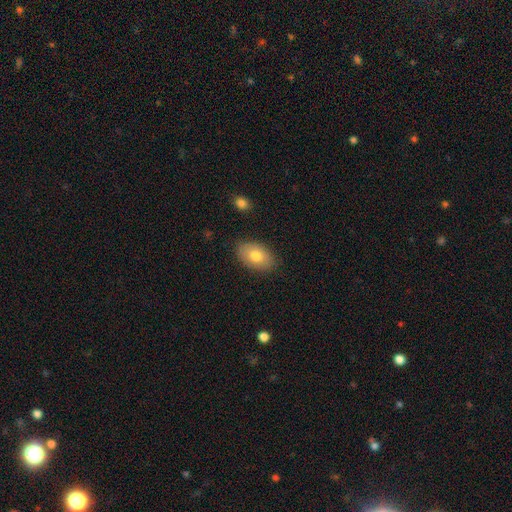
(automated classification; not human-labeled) smooth_or_featured: smooth (p=0.76) [alt: featured or disk p=0.17]
how_rounded: in between (p=0.91) [alt: round p=0.07]
merging: none (p=0.85) [alt: minor disturbance p=0.12]